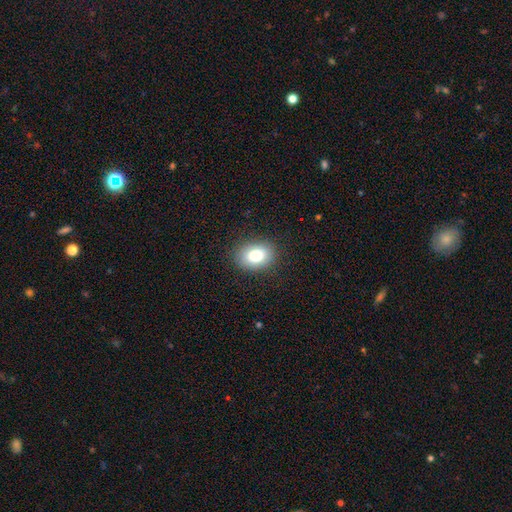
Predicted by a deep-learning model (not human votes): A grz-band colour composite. It shows a smooth galaxy with no disk features (82%) that is in between round and cigar-shaped (70%). Merging: none (87%).